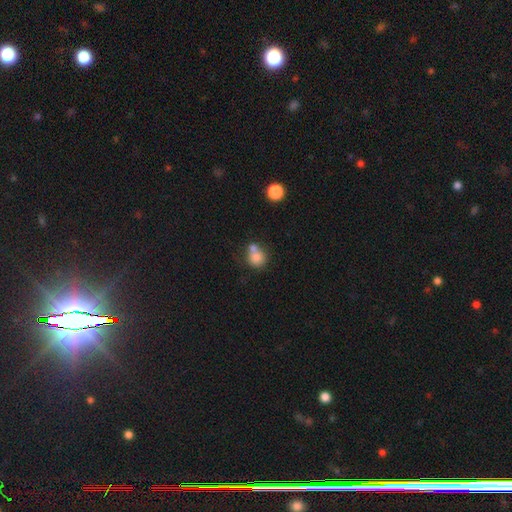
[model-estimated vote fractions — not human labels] Smooth or featured: smooth — 79% (featured or disk — 11%)
How rounded: round — 79% (in between — 20%)
Merging: merger — 46% (none — 39%)